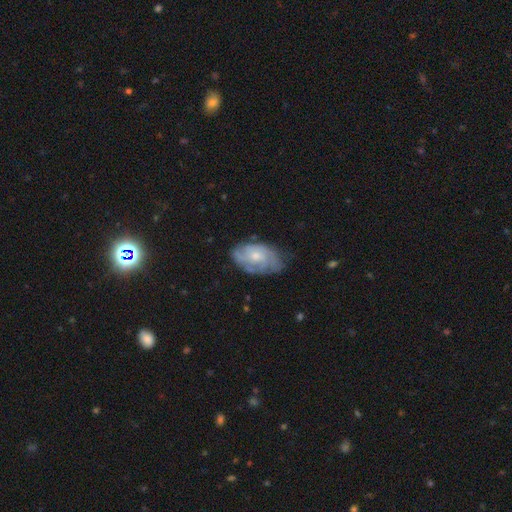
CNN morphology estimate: A featured or disk galaxy (70%) with no bar (76%), tight (56%) spiral arms (87%) and a small central bulge (53%).

Vote fractions:
- Smooth or featured? featured or disk: 70% / smooth: 24% / star or artifact: 6%
- Edge-on disk? no: 96% / yes: 4%
- Bar? no: 76% / weak: 21% / strong: 2%
- Spiral arms? yes: 87% / no: 13%
- Spiral winding? tight: 56% / medium: 33% / loose: 11%
- Spiral arm count? can't tell: 44% / 2: 19% / 3: 18% / 4: 10% / 1: 4% / more than 4: 4%
- Bulge size? small: 53% / moderate: 41% / none: 3% / large: 2% / dominant: 1%
- Merging? none: 66% / minor disturbance: 24% / major disturbance: 8% / merger: 1%